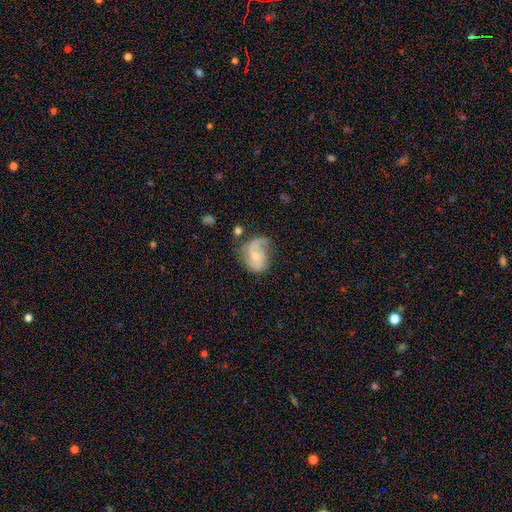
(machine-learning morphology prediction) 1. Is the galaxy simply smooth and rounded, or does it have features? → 62% featured or disk, 31% smooth, 8% star or artifact.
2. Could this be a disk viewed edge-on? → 97% no, 3% yes.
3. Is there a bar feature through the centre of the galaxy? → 65% no, 30% weak, 5% strong.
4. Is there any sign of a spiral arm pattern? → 84% yes, 16% no.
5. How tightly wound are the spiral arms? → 43% loose, 39% medium, 18% tight.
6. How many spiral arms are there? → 60% 2, 24% 1, 11% can't tell, 3% 3, 1% 4, 1% more than 4.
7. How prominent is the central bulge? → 49% small, 39% moderate, 8% none, 3% large, 1% dominant.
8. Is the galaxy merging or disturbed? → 41% none, 30% minor disturbance, 23% major disturbance, 6% merger.